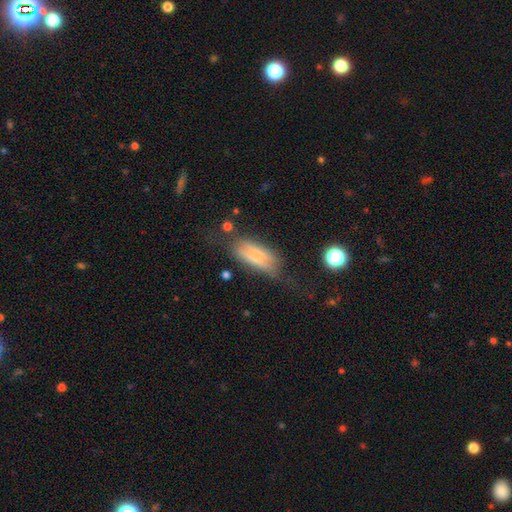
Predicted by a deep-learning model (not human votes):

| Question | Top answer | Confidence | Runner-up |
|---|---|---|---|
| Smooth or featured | smooth | 53% | featured or disk (36%) |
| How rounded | in between | 66% | cigar-shaped (31%) |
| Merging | none | 47% | minor disturbance (29%) |